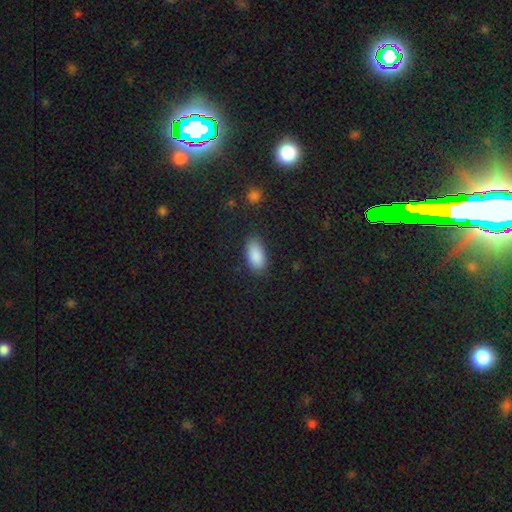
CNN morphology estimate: Smooth or featured? Predicted: smooth (p=0.89). How rounded? Predicted: in between (p=0.93). Merging? Predicted: none (p=0.83).